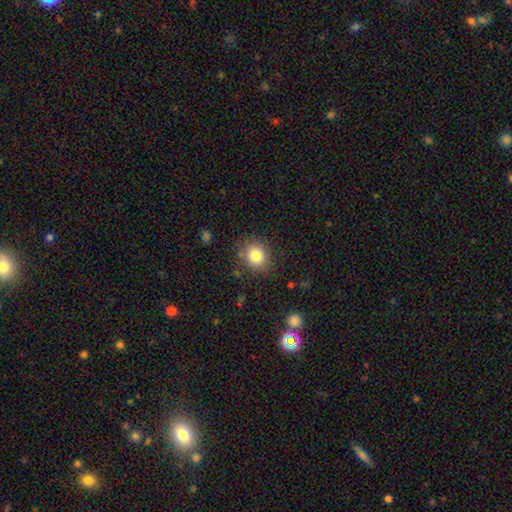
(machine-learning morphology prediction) Smooth or featured? smooth (82%)
How rounded? round (77%)
Merging? none (85%)